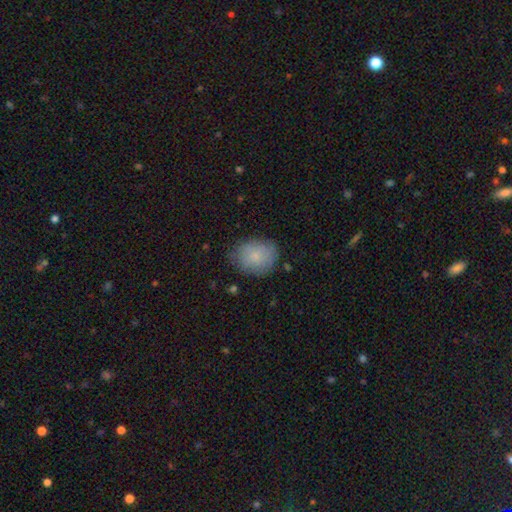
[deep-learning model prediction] smooth 79%, featured or disk 14%, star or artifact 7%. Down the decision tree: how rounded — round (52%); merging — none (74%).